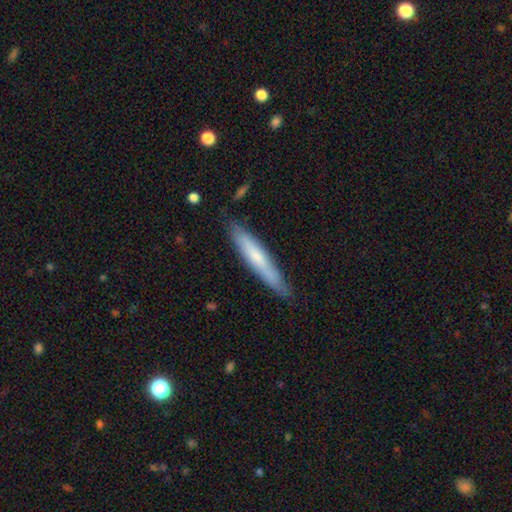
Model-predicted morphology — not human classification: A smooth galaxy with no disk features (62%) that is cigar-shaped (93%). Merging: none (83%).